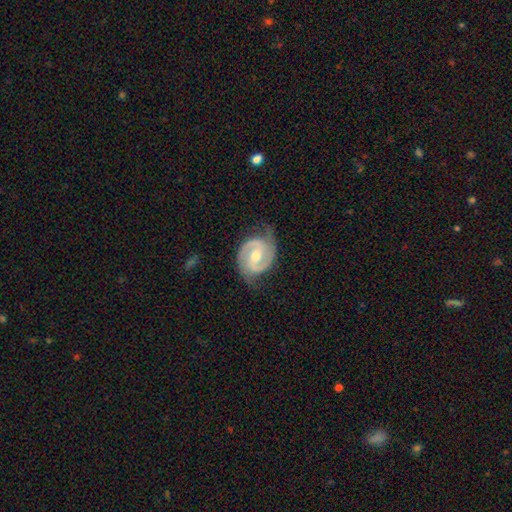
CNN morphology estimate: smooth-or-featured: featured or disk: 90% | smooth: 6% | star or artifact: 4%
  disk-edge-on: no: 98% | yes: 2%
    bar: weak: 47% | no: 33% | strong: 20%
    has-spiral-arms: yes: 98% | no: 2%
      spiral-winding: medium: 47% | tight: 43% | loose: 10%
      spiral-arm-count: 2: 92% | can't tell: 3% | 3: 2% | 1: 1% | 4: 1% | more than 4: 1%
    bulge-size: moderate: 69% | small: 26% | large: 3% | none: 1% | dominant: 1%
  merging: none: 75% | minor disturbance: 19% | major disturbance: 5% | merger: 1%